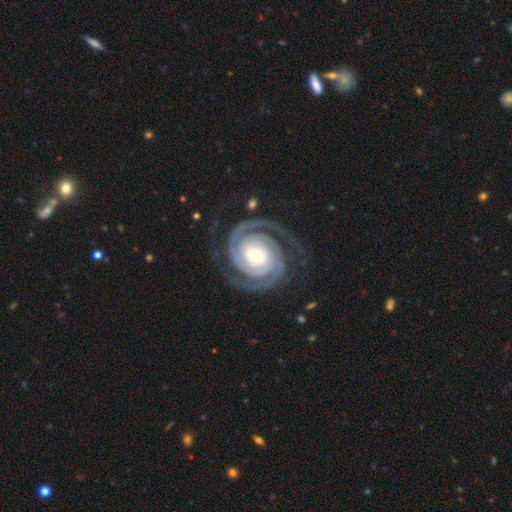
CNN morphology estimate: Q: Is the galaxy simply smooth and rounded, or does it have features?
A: featured or disk — 94%.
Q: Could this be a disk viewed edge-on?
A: no — 98%.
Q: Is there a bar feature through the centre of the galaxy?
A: no — 40%.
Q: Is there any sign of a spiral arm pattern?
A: yes — 99%.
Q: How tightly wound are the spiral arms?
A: tight — 79%.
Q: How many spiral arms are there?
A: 2 — 87%.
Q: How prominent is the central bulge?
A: moderate — 54%.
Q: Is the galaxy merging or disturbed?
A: none — 82%.